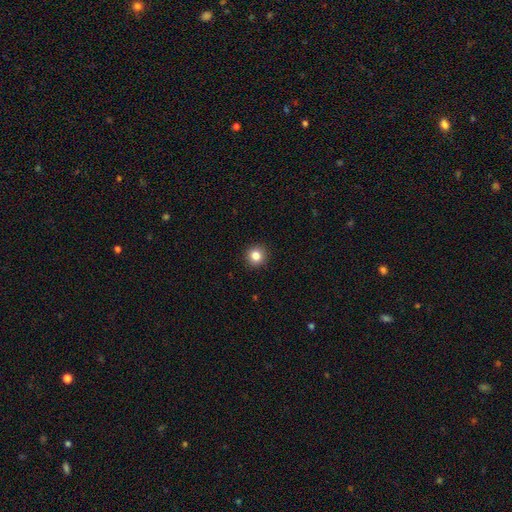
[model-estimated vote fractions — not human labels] Smooth or featured: smooth — 84% (star or artifact — 11%)
How rounded: round — 94% (in between — 5%)
Merging: none — 93% (minor disturbance — 5%)